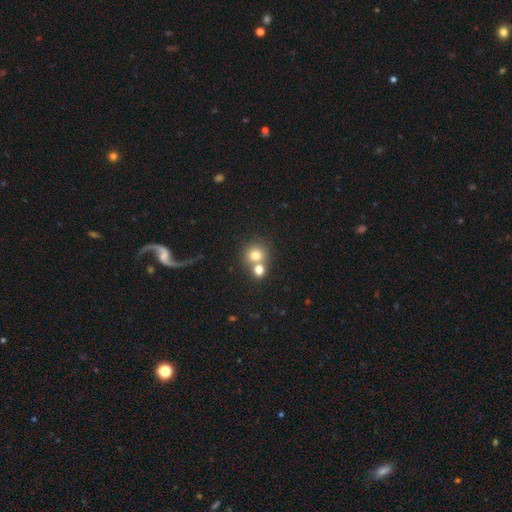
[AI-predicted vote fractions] Smooth or featured: smooth — 76% (star or artifact — 12%)
How rounded: round — 84% (in between — 15%)
Merging: merger — 47% (none — 44%)